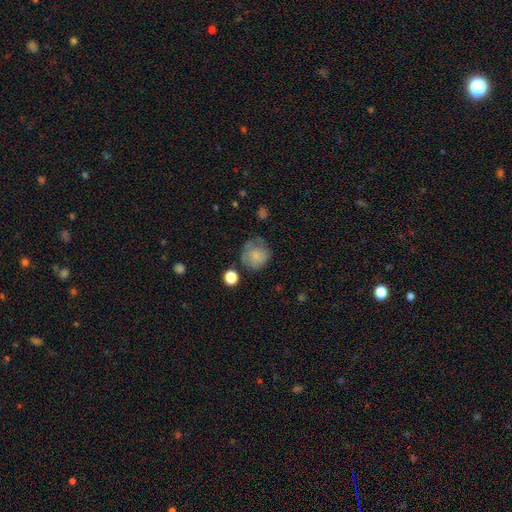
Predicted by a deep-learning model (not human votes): Smooth or featured?
  - smooth: 73% *
  - featured or disk: 17%
  - star or artifact: 10%
How rounded?
  - round: 84% *
  - in between: 15%
  - cigar-shaped: 1%
Merging?
  - none: 55% *
  - minor disturbance: 26%
  - major disturbance: 14%
  - merger: 4%